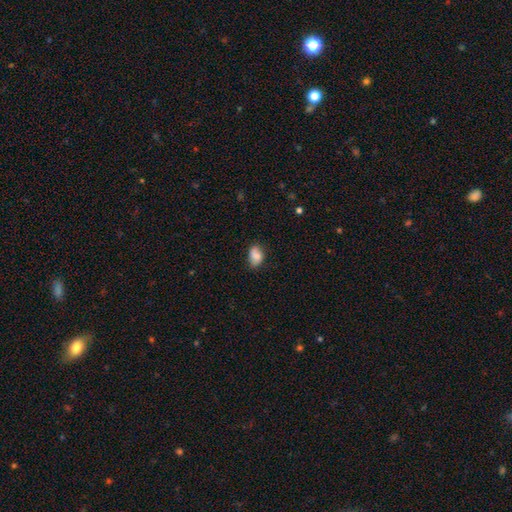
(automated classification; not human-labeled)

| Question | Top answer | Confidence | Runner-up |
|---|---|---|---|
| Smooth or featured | smooth | 80% | featured or disk (12%) |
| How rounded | in between | 84% | round (15%) |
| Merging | none | 64% | minor disturbance (28%) |